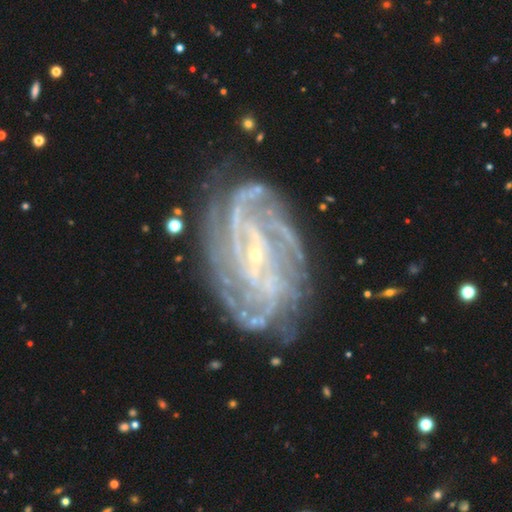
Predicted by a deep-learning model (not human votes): Smooth or featured? featured or disk (91%)
Edge-on disk? no (97%)
Bar? weak (38%)
Spiral arms? yes (98%)
Spiral winding? tight (63%)
Spiral arm count? 4 (24%)
Bulge size? small (86%)
Merging? none (76%)